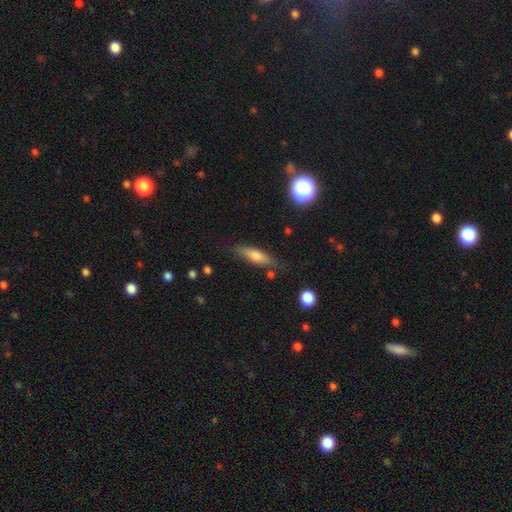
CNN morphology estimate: smooth 61%, featured or disk 32%, star or artifact 8%. Down the decision tree: how rounded — cigar-shaped (63%); merging — none (77%).